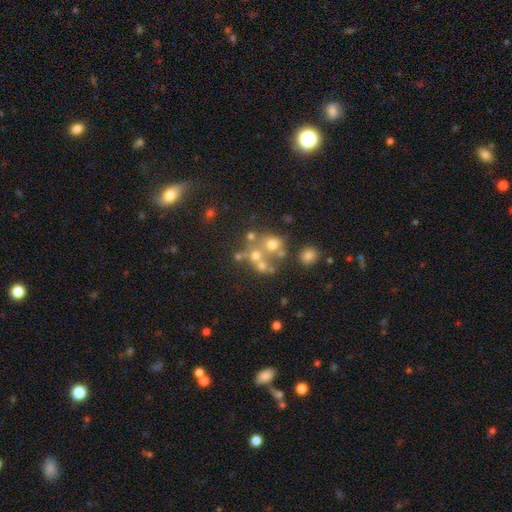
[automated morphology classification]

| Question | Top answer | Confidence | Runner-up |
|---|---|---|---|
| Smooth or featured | smooth | 50% | featured or disk (28%) |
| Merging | merger | 42% | none (41%) |